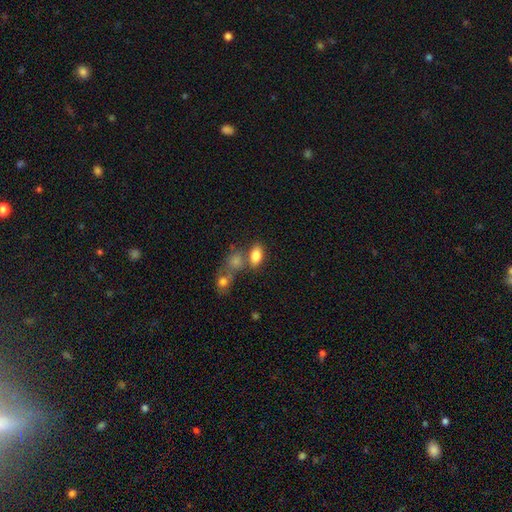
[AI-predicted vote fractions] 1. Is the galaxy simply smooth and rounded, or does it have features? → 80% smooth, 10% featured or disk, 10% star or artifact.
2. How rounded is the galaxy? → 85% in between, 11% round, 4% cigar-shaped.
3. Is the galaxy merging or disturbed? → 55% none, 28% merger, 12% minor disturbance, 5% major disturbance.